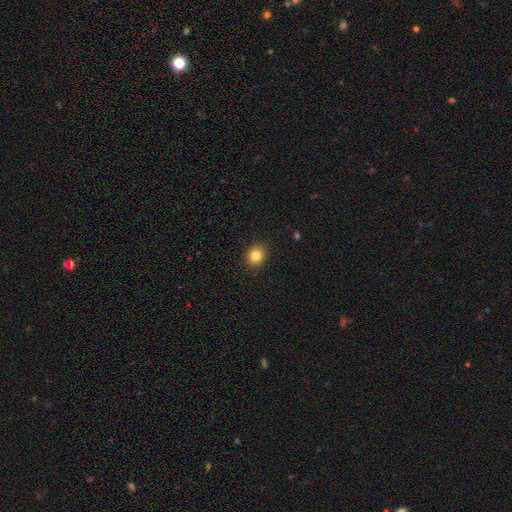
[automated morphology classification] smooth 83%, star or artifact 11%, featured or disk 6%. Down the decision tree: how rounded — round (67%); merging — none (90%).